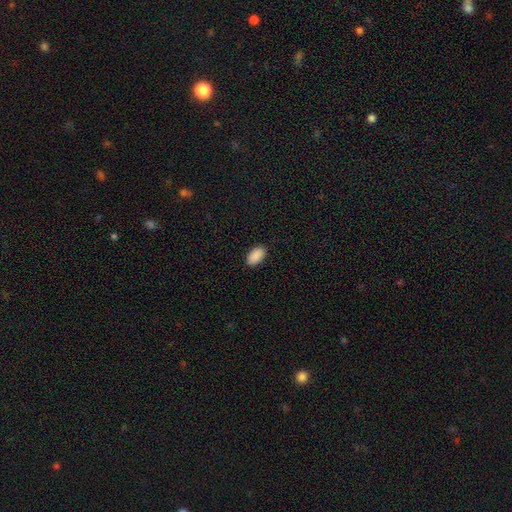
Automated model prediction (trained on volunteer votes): Smooth or featured: smooth — 91% (star or artifact — 7%)
How rounded: in between — 95% (round — 3%)
Merging: none — 89% (minor disturbance — 8%)